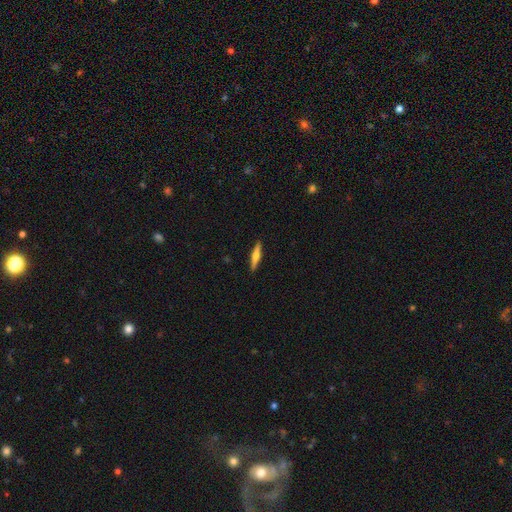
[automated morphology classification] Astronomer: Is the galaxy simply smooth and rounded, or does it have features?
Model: featured or disk — 53% (runner-up: smooth, 42%).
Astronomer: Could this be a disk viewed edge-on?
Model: yes — 97%.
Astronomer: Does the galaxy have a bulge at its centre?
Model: rounded — 86%.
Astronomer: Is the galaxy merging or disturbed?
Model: none — 91%.